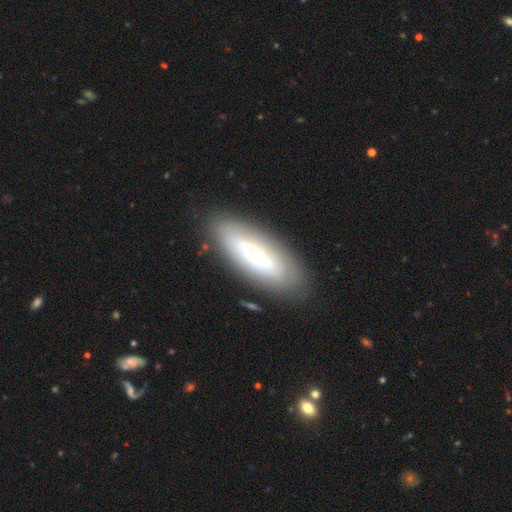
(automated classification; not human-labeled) smooth_or_featured: featured or disk (p=0.50) [alt: smooth p=0.43]
merging: none (p=0.82) [alt: minor disturbance p=0.12]